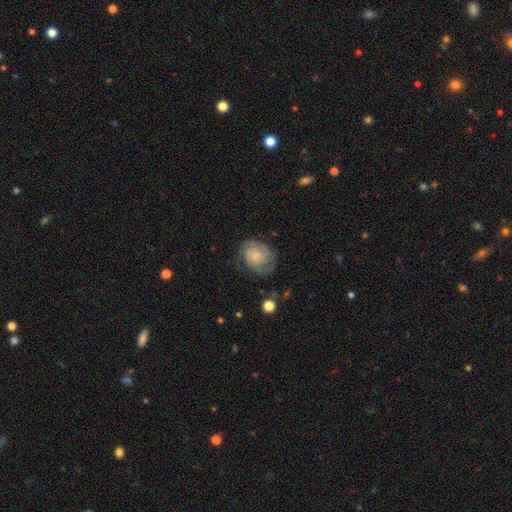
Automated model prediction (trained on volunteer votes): Smooth or featured?
  - featured or disk: 63% *
  - smooth: 29%
  - star or artifact: 8%
Edge-on disk?
  - no: 98% *
  - yes: 2%
Bar?
  - no: 76% *
  - weak: 21%
  - strong: 3%
Spiral arms?
  - yes: 90% *
  - no: 10%
Spiral winding?
  - tight: 57% *
  - medium: 33%
  - loose: 10%
Spiral arm count?
  - can't tell: 36% *
  - 2: 28%
  - 3: 18%
  - 4: 7%
  - 1: 6%
  - more than 4: 5%
Bulge size?
  - small: 57% *
  - moderate: 19%
  - none: 19%
  - large: 4%
  - dominant: 2%
Merging?
  - none: 61% *
  - minor disturbance: 23%
  - major disturbance: 14%
  - merger: 1%